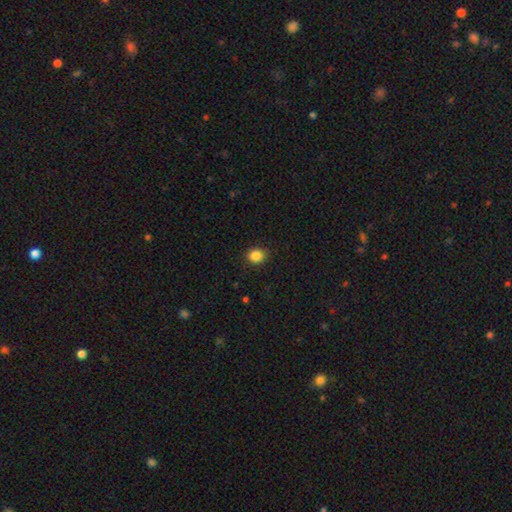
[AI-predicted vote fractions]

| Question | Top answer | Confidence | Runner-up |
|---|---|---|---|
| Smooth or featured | smooth | 86% | star or artifact (10%) |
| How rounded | round | 72% | in between (27%) |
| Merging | none | 89% | minor disturbance (8%) |